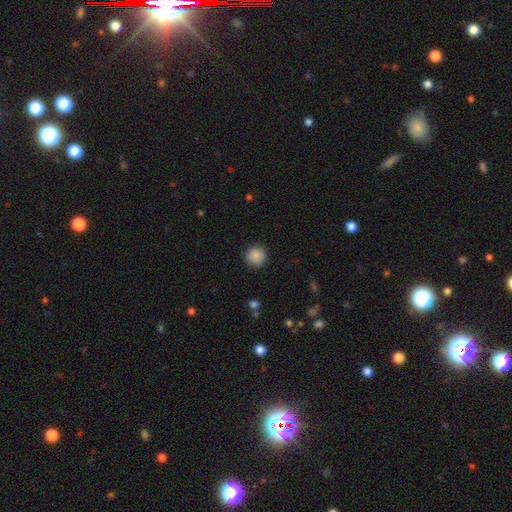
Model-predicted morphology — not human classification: Smooth or featured: smooth — 88% (star or artifact — 9%)
How rounded: round — 94% (in between — 5%)
Merging: none — 91% (minor disturbance — 6%)